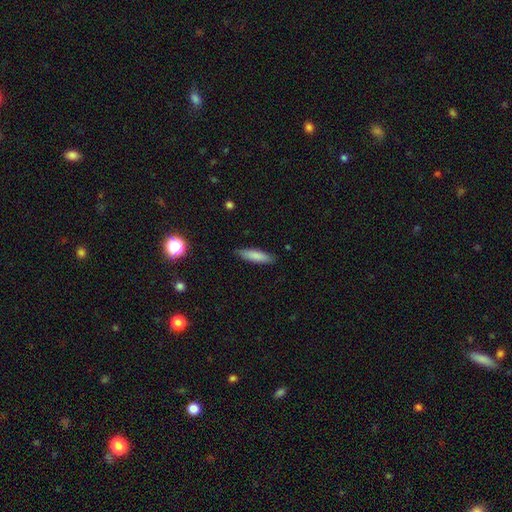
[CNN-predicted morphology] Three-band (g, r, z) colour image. It shows a smooth galaxy with no disk features (83%) that is cigar-shaped (69%). Merging: none (87%).